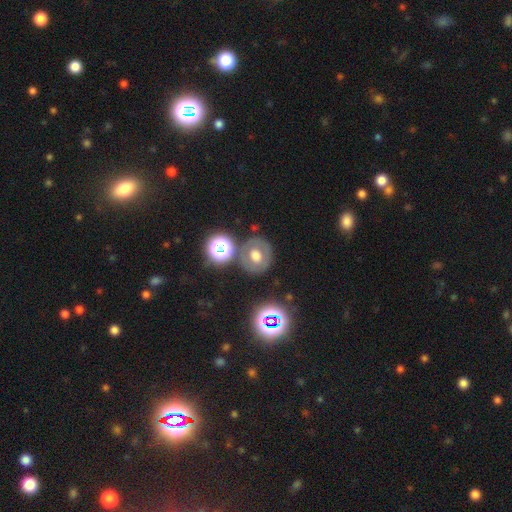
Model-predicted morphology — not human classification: This appears to be a smooth galaxy with no disk features (49%). Merging: none (75%).